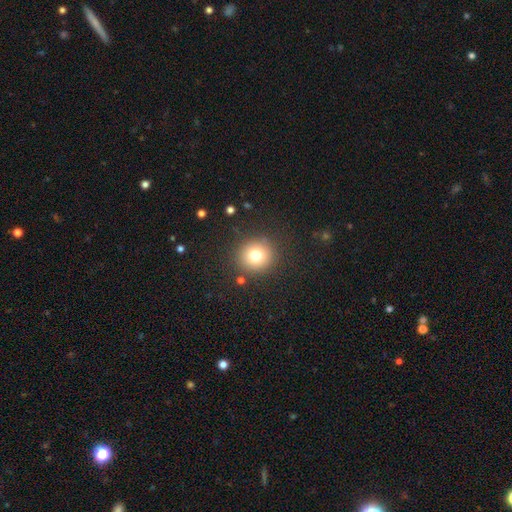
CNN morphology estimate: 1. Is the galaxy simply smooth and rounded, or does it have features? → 76% smooth, 14% star or artifact, 10% featured or disk.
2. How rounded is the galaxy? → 92% round, 8% in between, 1% cigar-shaped.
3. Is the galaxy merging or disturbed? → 88% none, 7% minor disturbance, 3% major disturbance, 2% merger.